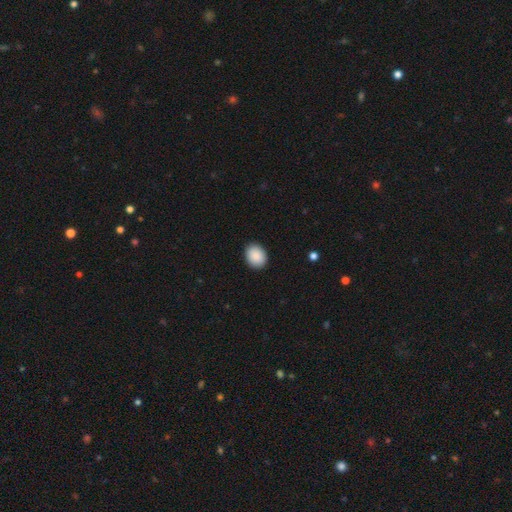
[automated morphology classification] smooth 90%, star or artifact 7%, featured or disk 3%. Down the decision tree: how rounded — in between (58%); merging — none (90%).